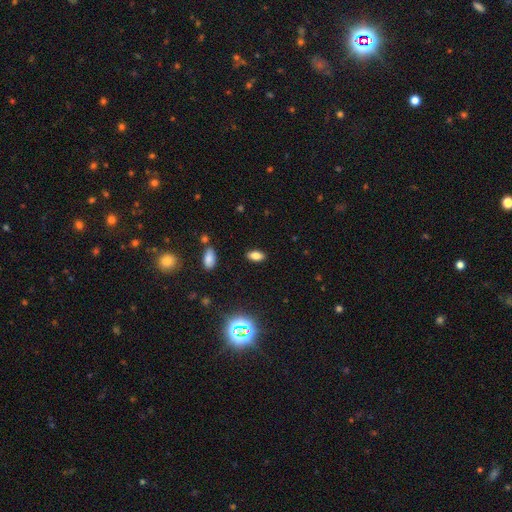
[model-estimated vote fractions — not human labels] Overall: smooth (77%). How rounded: in between (89%). Merging: none (88%).